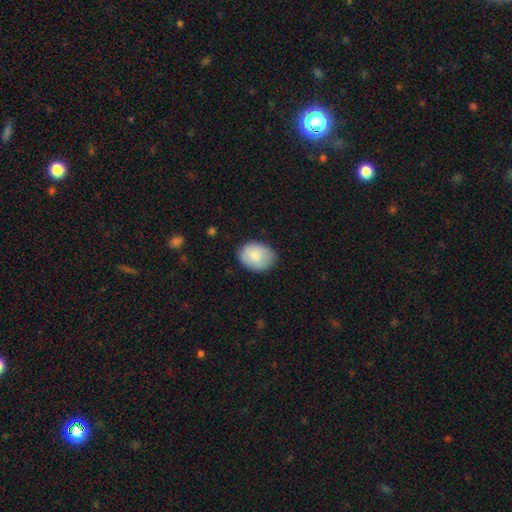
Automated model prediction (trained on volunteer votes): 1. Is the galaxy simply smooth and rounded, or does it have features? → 85% smooth, 8% featured or disk, 6% star or artifact.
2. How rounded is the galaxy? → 65% in between, 35% round, 1% cigar-shaped.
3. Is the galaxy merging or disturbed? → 78% none, 18% minor disturbance, 3% major disturbance, 1% merger.